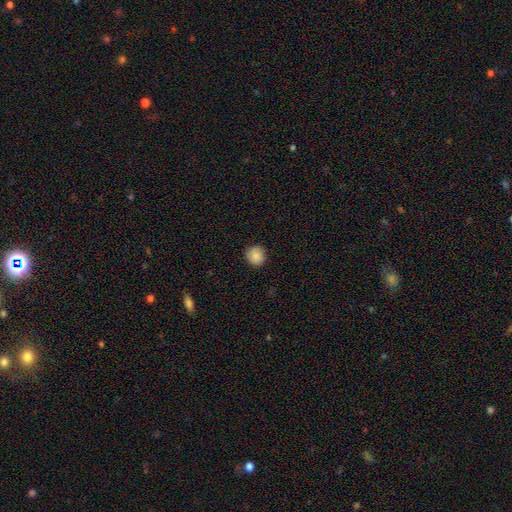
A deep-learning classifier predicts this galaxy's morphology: smooth 86%, star or artifact 8%, featured or disk 6%. Down the decision tree: how rounded — round (89%); merging — none (88%).